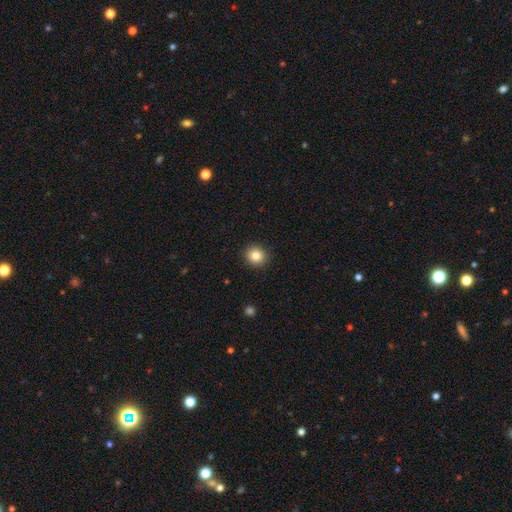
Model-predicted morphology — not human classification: The model was most divided on "smooth or featured": smooth: 84%, star or artifact: 10%, featured or disk: 6%. More confident: merging — none (92%); how rounded — round (88%).